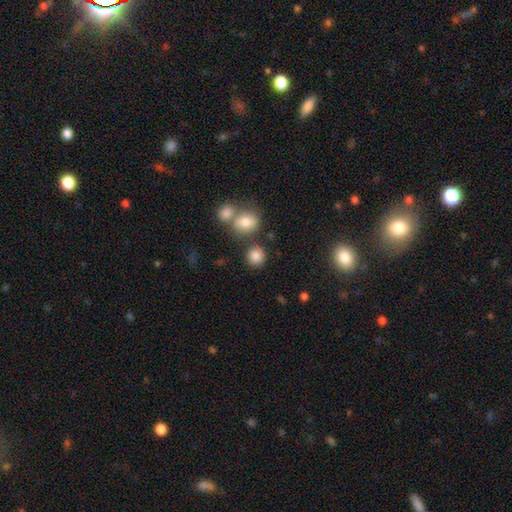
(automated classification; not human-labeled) Smooth or featured? Predicted: smooth (p=0.83). How rounded? Predicted: round (p=0.86). Merging? Predicted: none (p=0.72).